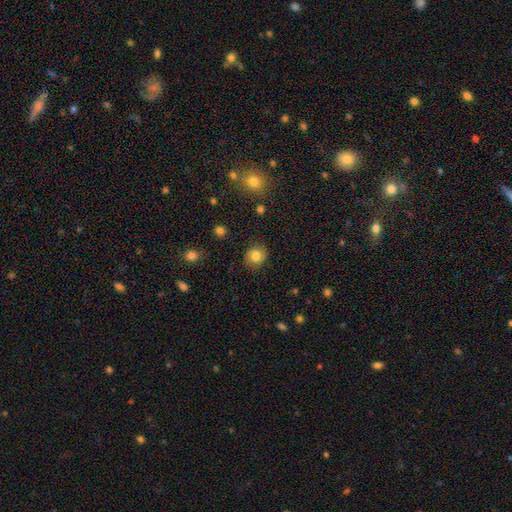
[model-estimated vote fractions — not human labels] This appears to be a smooth galaxy with no disk features (79%) that is round (77%). Merging: none (85%).